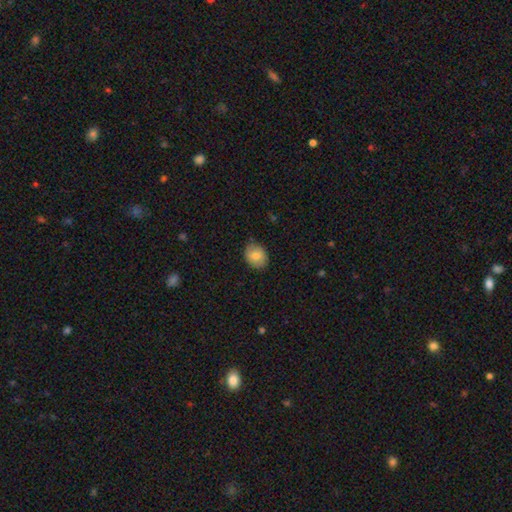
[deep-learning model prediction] A smooth galaxy with no disk features (76%) that is in between round and cigar-shaped (56%).

Vote fractions:
- Smooth or featured? smooth: 76% / featured or disk: 16% / star or artifact: 8%
- How rounded? in between: 56% / round: 43% / cigar-shaped: 1%
- Merging? none: 82% / minor disturbance: 14% / major disturbance: 2% / merger: 1%